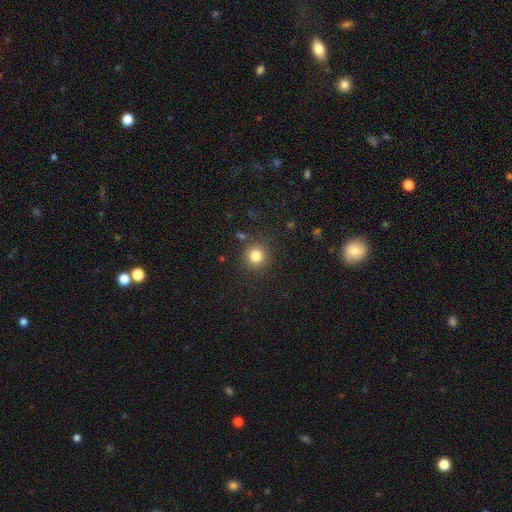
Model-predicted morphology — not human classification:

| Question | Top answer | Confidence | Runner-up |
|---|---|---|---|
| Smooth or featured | smooth | 82% | star or artifact (12%) |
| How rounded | round | 92% | in between (7%) |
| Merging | none | 87% | minor disturbance (8%) |